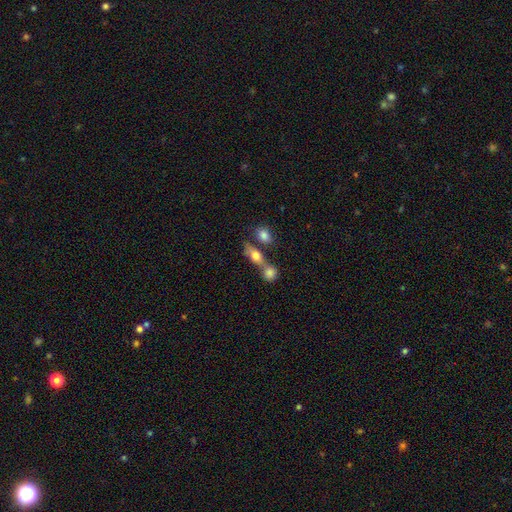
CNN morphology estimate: The model was most divided on "merging": merger: 43%, none: 41%, minor disturbance: 10%, major disturbance: 5%. More confident: smooth or featured — smooth (73%); how rounded — in between (68%).